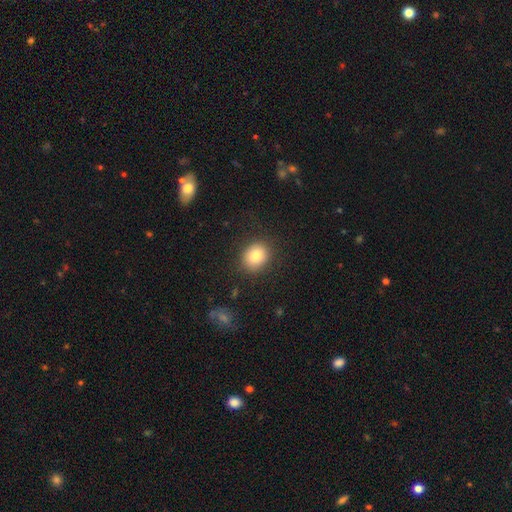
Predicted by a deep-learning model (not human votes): A smooth galaxy with no disk features (81%) that is round (63%). Merging: none (86%).